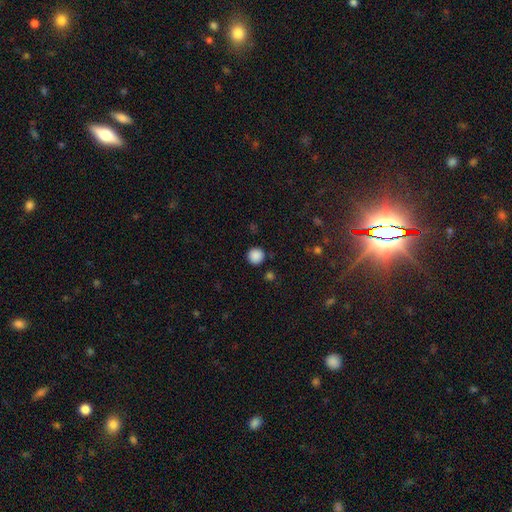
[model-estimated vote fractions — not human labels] The model was most divided on "smooth or featured": smooth: 87%, star or artifact: 10%, featured or disk: 3%. More confident: how rounded — round (95%); merging — none (89%).